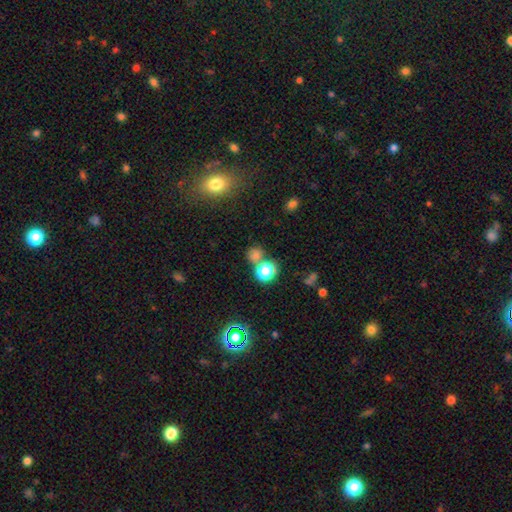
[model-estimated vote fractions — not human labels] Q: Smooth or featured?
A: smooth (66%); runner-up: star or artifact (27%)
Q: How rounded?
A: round (81%); runner-up: in between (18%)
Q: Merging?
A: none (60%); runner-up: merger (25%)